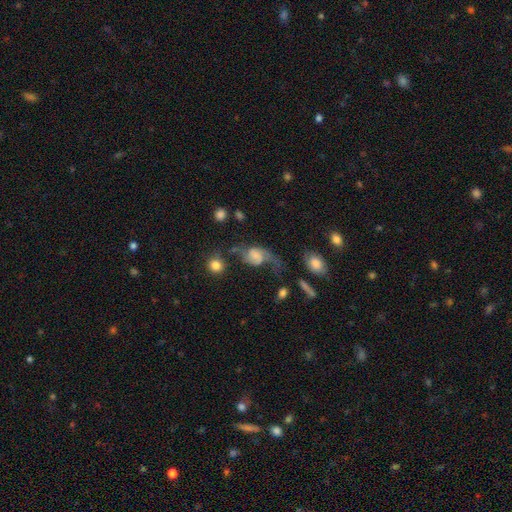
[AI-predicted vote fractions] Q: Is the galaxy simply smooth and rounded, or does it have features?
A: featured or disk — 58%.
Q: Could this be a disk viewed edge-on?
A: no — 96%.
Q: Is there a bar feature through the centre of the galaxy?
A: no — 51%.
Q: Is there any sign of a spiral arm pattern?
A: yes — 85%.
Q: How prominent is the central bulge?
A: none — 34%.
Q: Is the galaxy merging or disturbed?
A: major disturbance — 38%.